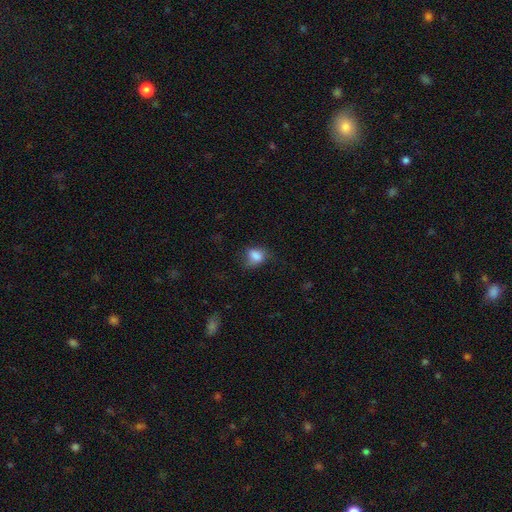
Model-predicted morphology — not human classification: This is clearly a smooth galaxy (82%). How rounded: likely in between (61%). Merging: possibly none (49%).